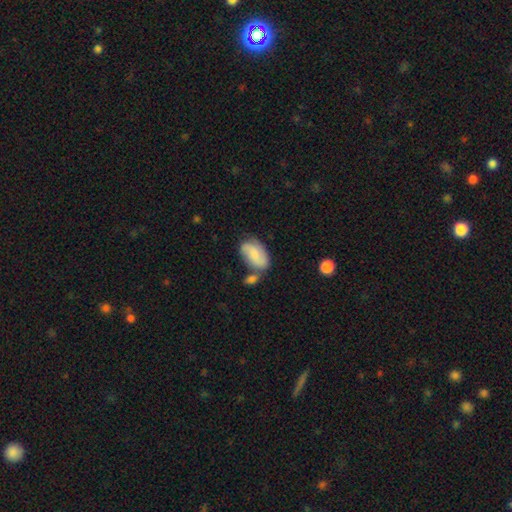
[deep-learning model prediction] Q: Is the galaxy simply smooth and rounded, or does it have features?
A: smooth — 54%.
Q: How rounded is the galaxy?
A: in between — 91%.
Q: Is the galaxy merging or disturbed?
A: none — 50%.